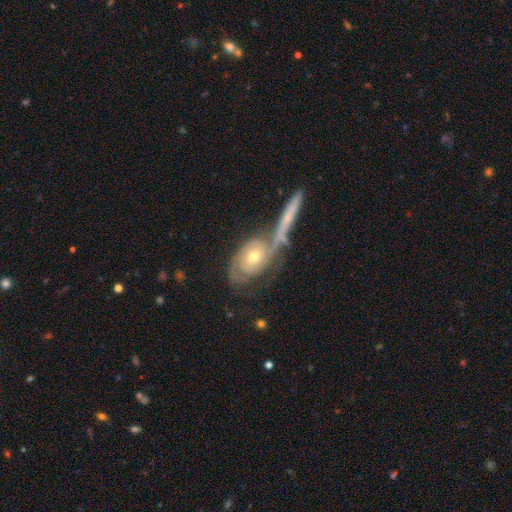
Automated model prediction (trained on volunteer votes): Smooth or featured? Predicted: featured or disk (p=0.53). Edge-on disk? Predicted: no (p=0.66). Merging? Predicted: merger (p=0.45).